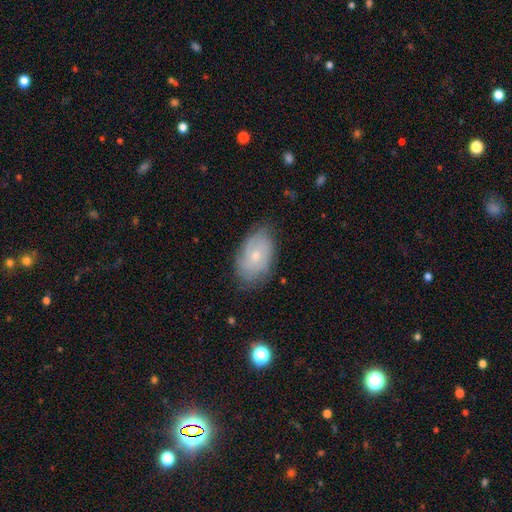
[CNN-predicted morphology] Smooth or featured?
  - featured or disk: 54% *
  - smooth: 38%
  - star or artifact: 8%
Edge-on disk?
  - no: 94% *
  - yes: 6%
Bar?
  - no: 73% *
  - weak: 24%
  - strong: 3%
Spiral arms?
  - yes: 79% *
  - no: 21%
Bulge size?
  - small: 63% *
  - moderate: 33%
  - none: 2%
  - large: 1%
  - dominant: 1%
Merging?
  - none: 74% *
  - minor disturbance: 20%
  - major disturbance: 5%
  - merger: 1%